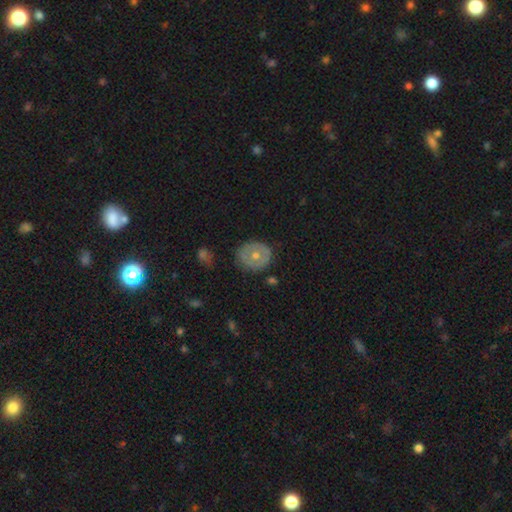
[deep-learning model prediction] Q: Smooth or featured?
A: smooth (50%); runner-up: featured or disk (43%)
Q: Merging?
A: none (79%); runner-up: minor disturbance (16%)